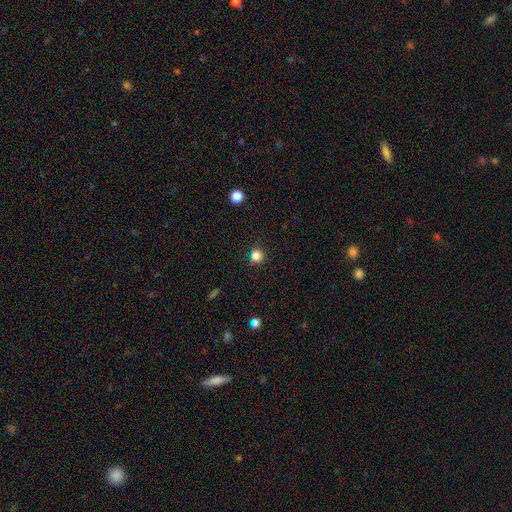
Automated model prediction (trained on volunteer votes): smooth 82%, star or artifact 14%, featured or disk 4%. Down the decision tree: how rounded — round (92%); merging — none (88%).